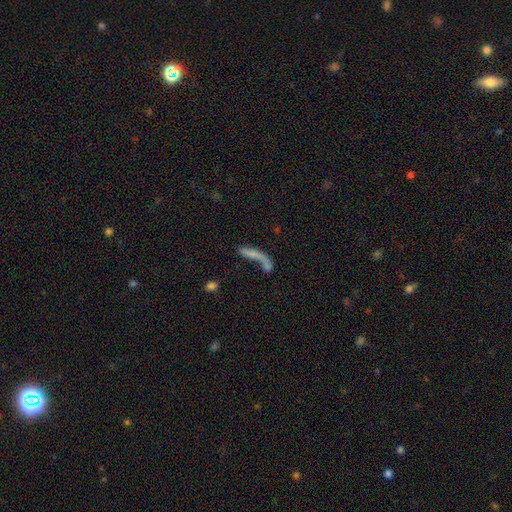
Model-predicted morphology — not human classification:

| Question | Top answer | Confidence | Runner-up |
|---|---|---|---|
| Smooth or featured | smooth | 51% | featured or disk (33%) |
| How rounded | cigar-shaped | 72% | in between (23%) |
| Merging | merger | 34% | none (31%) |